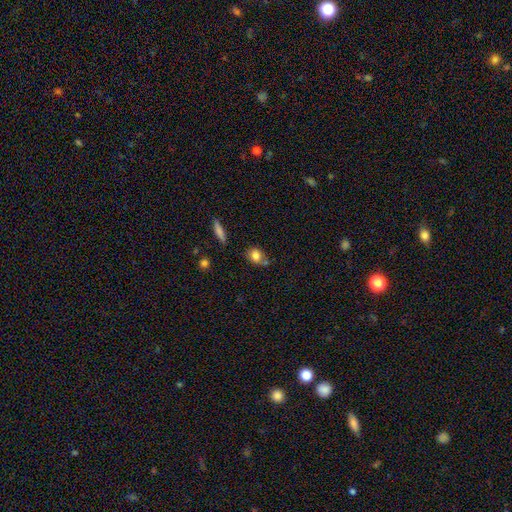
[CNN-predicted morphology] A smooth galaxy with no disk features (79%) that is in between round and cigar-shaped (51%). Merging: none (57%).